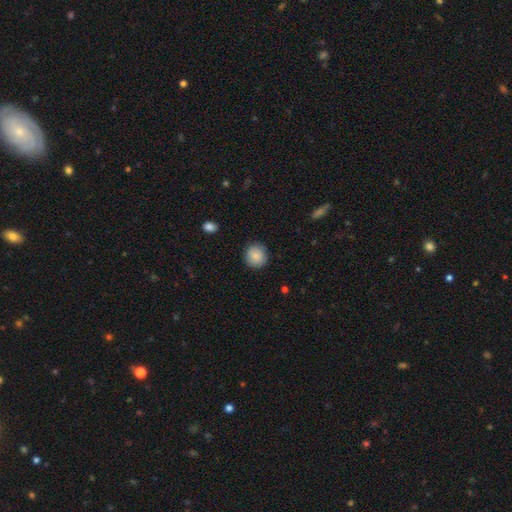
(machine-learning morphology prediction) This appears to be a smooth galaxy with no disk features (87%) that is round (91%). Merging: none (89%).